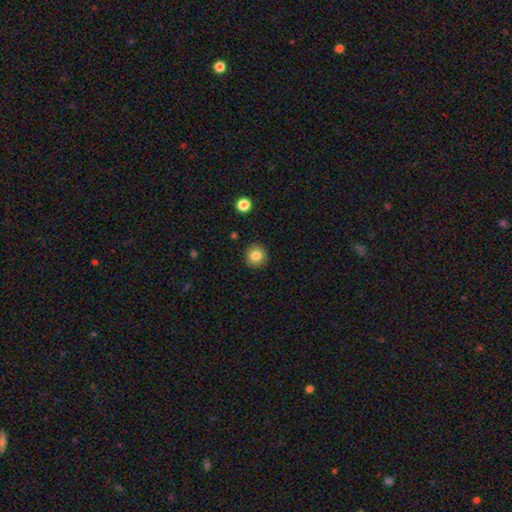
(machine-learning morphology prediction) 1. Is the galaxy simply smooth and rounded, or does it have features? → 83% smooth, 10% star or artifact, 7% featured or disk.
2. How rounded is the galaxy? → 94% round, 5% in between, 1% cigar-shaped.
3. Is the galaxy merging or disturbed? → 91% none, 6% minor disturbance, 2% major disturbance, 1% merger.